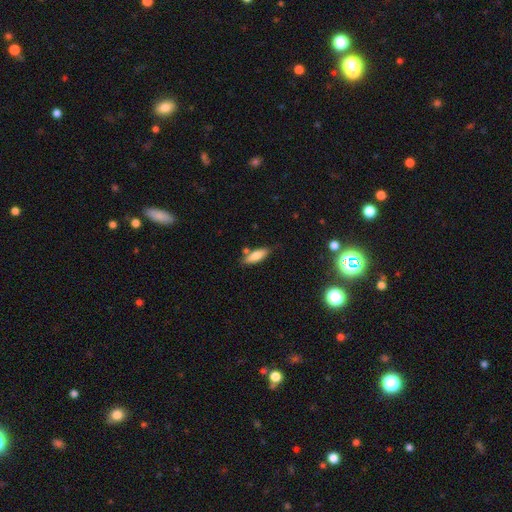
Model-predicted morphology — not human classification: smooth-or-featured: smooth: 75% | featured or disk: 18% | star or artifact: 7%
  how-rounded: in between: 52% | cigar-shaped: 46% | round: 2%
  merging: none: 72% | minor disturbance: 17% | merger: 8% | major disturbance: 4%